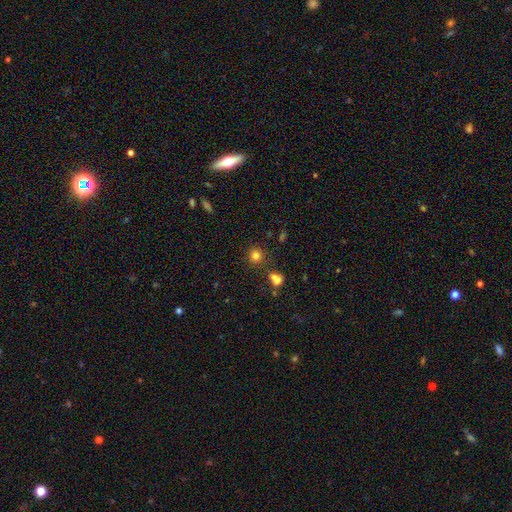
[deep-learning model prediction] smooth-or-featured: smooth: 79% | star or artifact: 15% | featured or disk: 7%
  how-rounded: round: 89% | in between: 10% | cigar-shaped: 1%
  merging: none: 79% | minor disturbance: 9% | merger: 8% | major disturbance: 4%